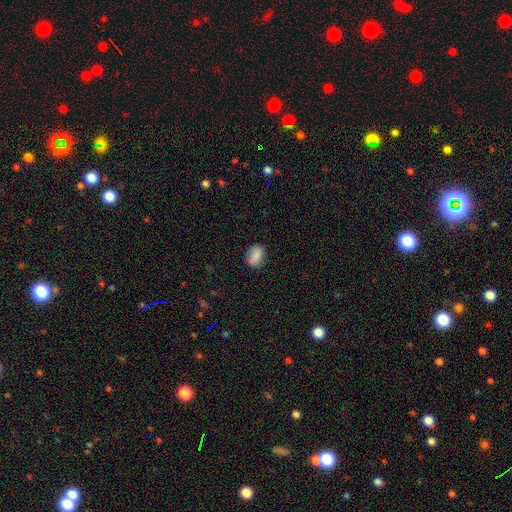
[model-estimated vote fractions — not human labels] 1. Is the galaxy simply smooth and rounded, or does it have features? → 85% smooth, 8% star or artifact, 7% featured or disk.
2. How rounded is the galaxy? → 74% in between, 23% round, 2% cigar-shaped.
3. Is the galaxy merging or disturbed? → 79% none, 16% minor disturbance, 4% major disturbance, 1% merger.